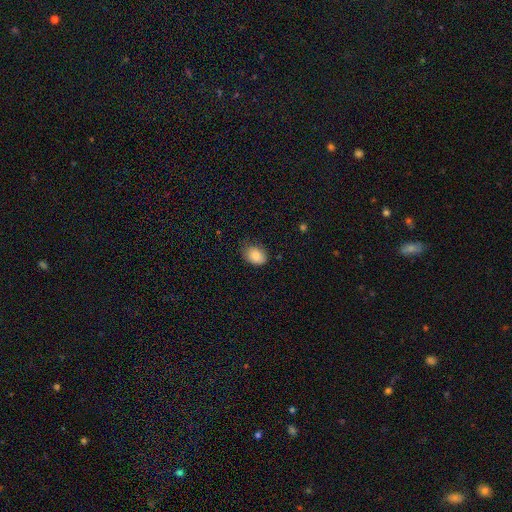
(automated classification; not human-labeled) The model was most divided on "merging": none: 69%, minor disturbance: 25%, major disturbance: 5%, merger: 1%. More confident: smooth or featured — smooth (85%); how rounded — in between (72%).